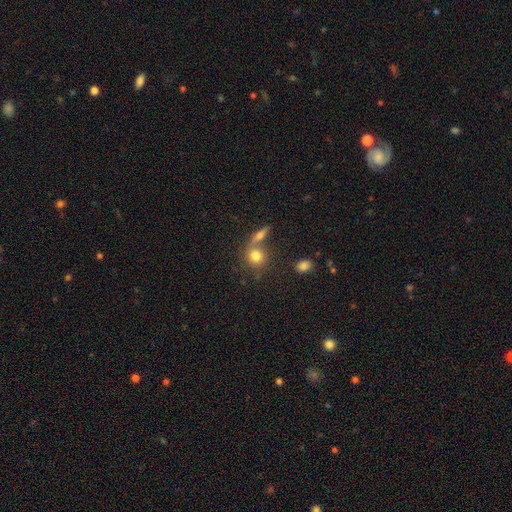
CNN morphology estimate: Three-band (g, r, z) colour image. It shows a smooth galaxy with no disk features (76%) that is round (81%). Merging: none (56%).